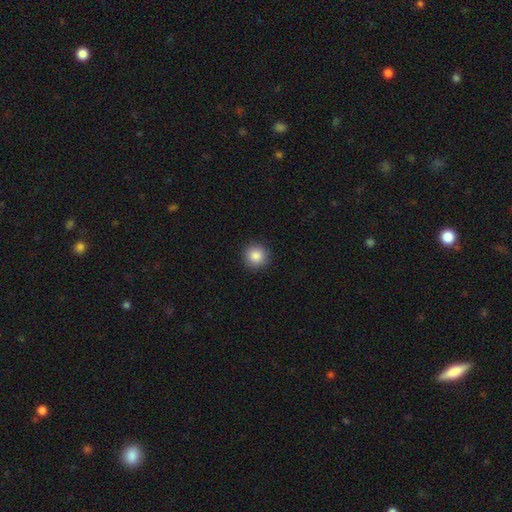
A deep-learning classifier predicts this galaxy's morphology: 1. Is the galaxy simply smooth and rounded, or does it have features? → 86% smooth, 9% star or artifact, 4% featured or disk.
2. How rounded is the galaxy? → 95% round, 4% in between, 1% cigar-shaped.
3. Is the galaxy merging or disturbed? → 92% none, 5% minor disturbance, 2% major disturbance, 1% merger.